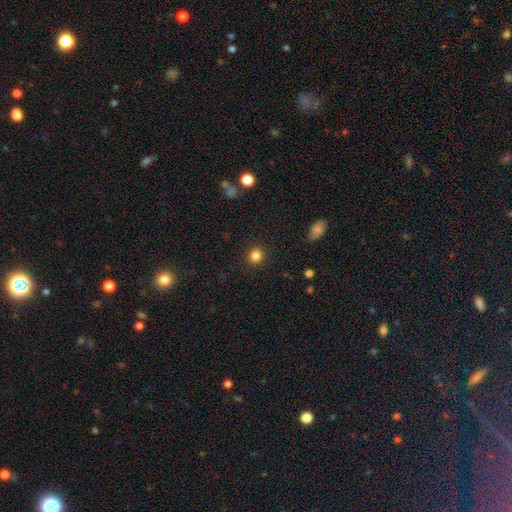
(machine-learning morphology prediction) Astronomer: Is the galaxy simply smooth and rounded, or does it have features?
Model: smooth — 84%.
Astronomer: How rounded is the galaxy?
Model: round — 80%.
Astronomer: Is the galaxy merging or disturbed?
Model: none — 90%.